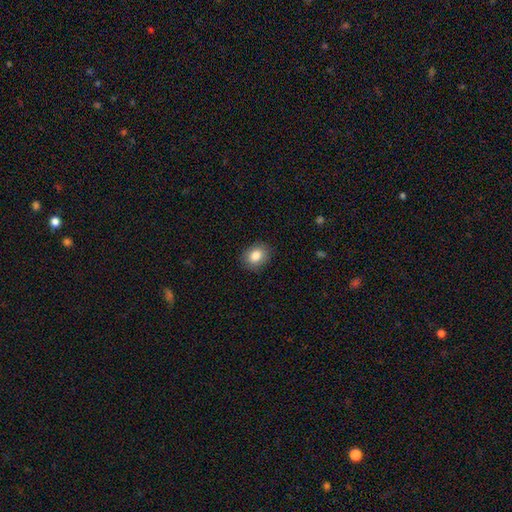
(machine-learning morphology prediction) The model was most divided on "how rounded": in between: 52%, round: 47%, cigar-shaped: 1%. More confident: merging — none (88%); smooth or featured — smooth (84%).